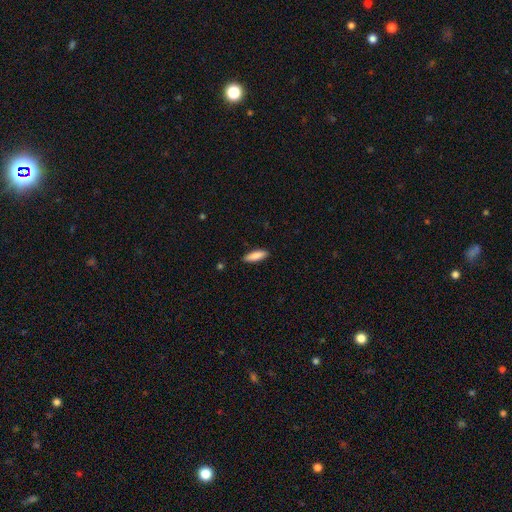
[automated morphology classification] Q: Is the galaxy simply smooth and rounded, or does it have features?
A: smooth — 87%.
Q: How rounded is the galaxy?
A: in between — 53%.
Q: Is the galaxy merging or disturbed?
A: none — 88%.